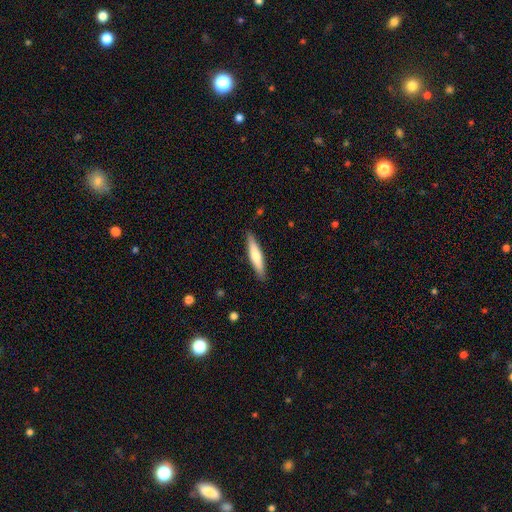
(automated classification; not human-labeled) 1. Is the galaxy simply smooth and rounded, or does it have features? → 64% smooth, 31% featured or disk, 5% star or artifact.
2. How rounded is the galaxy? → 86% cigar-shaped, 13% in between, 1% round.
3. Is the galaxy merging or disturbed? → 89% none, 8% minor disturbance, 2% major disturbance, 1% merger.